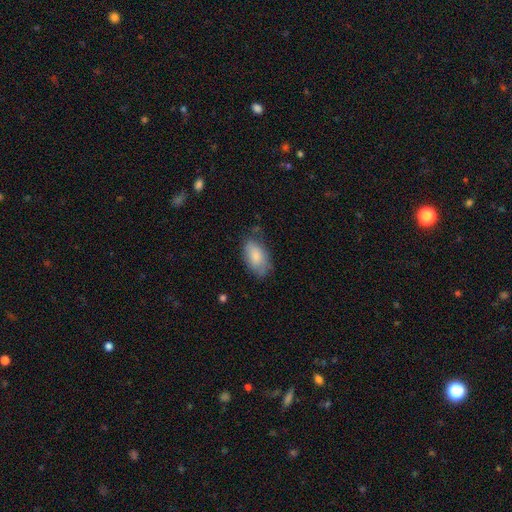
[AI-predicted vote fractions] This is clearly a smooth galaxy (81%). How rounded: clearly in between (93%). Merging: likely none (65%).